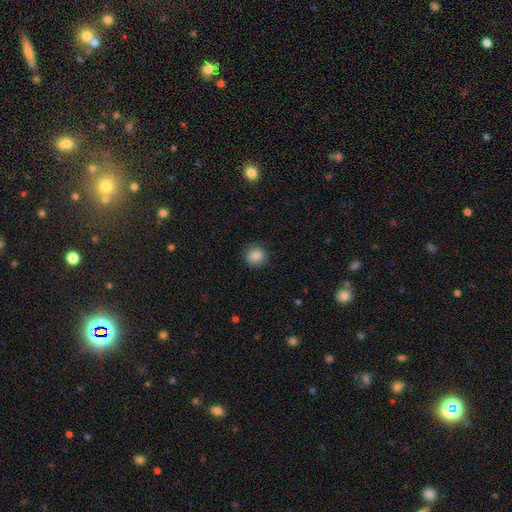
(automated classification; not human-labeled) Morphology: type=smooth (84%); roundness=round (88%); merging=none (86%).